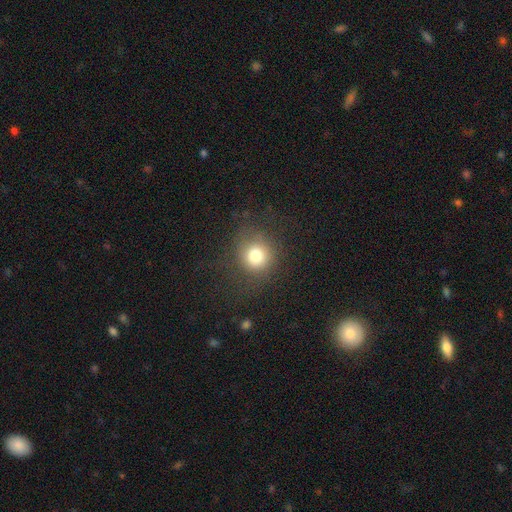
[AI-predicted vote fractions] Morphology: type=smooth (78%); roundness=round (87%); merging=none (75%).